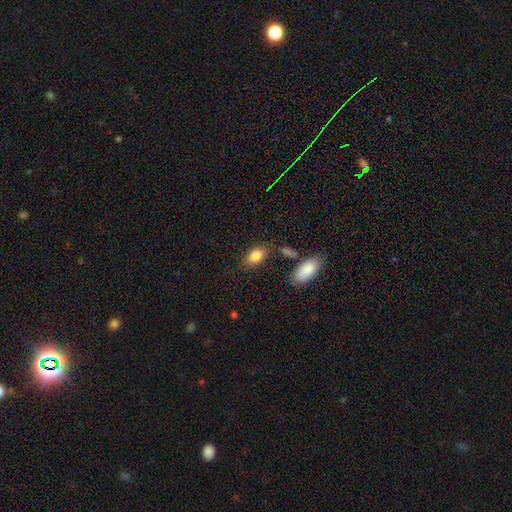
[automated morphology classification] type=smooth (85%); roundness=in between (85%); merging=none (75%).